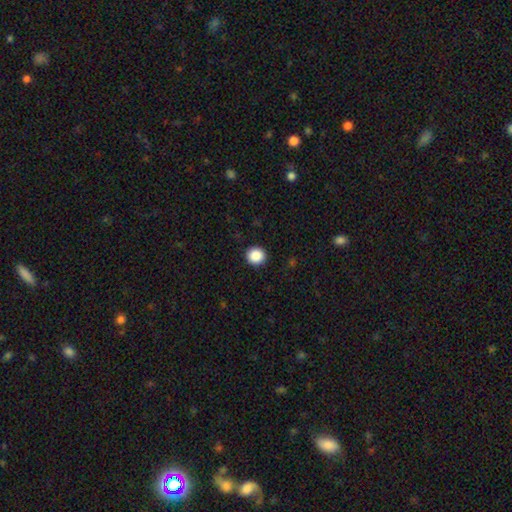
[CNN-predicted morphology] A smooth galaxy with no disk features (88%) that is round (93%). Merging: none (93%).